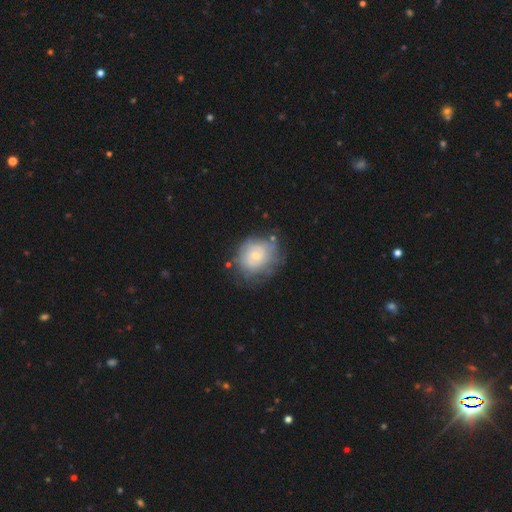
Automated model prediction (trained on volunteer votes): The model was most divided on "smooth or featured": featured or disk: 59%, smooth: 33%, star or artifact: 7%. More confident: edge-on disk — no (97%); bar — no (80%); spiral arms — yes (68%); bulge size — small (63%); merging — none (62%).